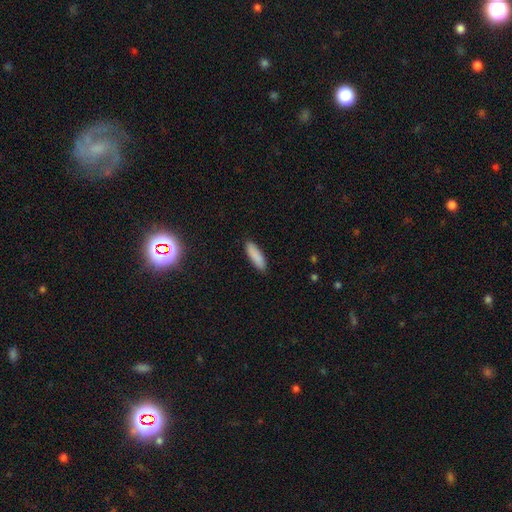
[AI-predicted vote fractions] The model was most divided on "how rounded": cigar-shaped: 52%, in between: 46%, round: 1%. More confident: smooth or featured — smooth (89%); merging — none (89%).